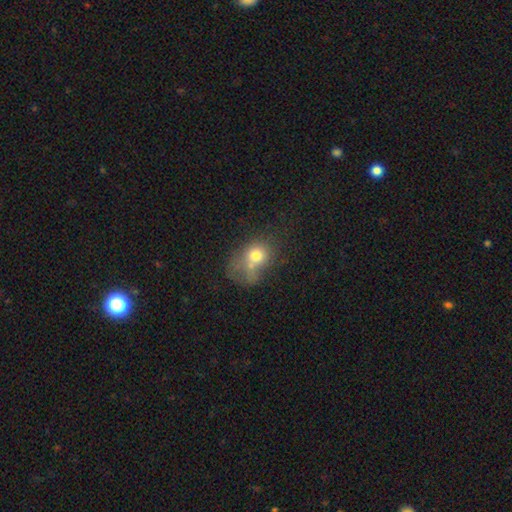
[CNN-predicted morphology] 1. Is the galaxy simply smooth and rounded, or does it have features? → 68% smooth, 21% featured or disk, 11% star or artifact.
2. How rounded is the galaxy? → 49% round (tied), 49% in between (tied), 1% cigar-shaped.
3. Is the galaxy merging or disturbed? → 39% merger, 23% major disturbance, 21% none, 17% minor disturbance.